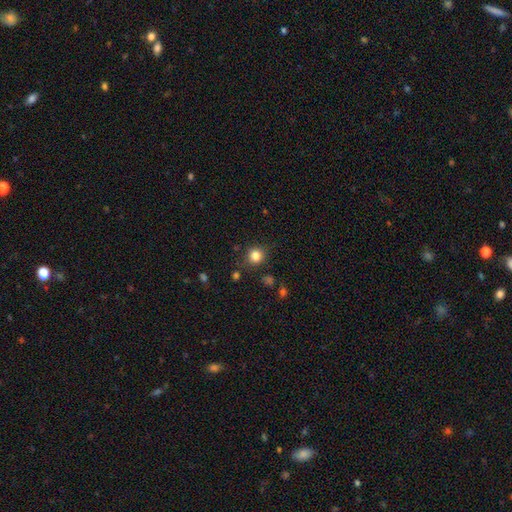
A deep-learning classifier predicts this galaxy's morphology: Smooth or featured?
  - smooth: 82% *
  - star or artifact: 12%
  - featured or disk: 5%
How rounded?
  - round: 88% *
  - in between: 11%
  - cigar-shaped: 1%
Merging?
  - none: 85% *
  - minor disturbance: 9%
  - major disturbance: 3%
  - merger: 2%